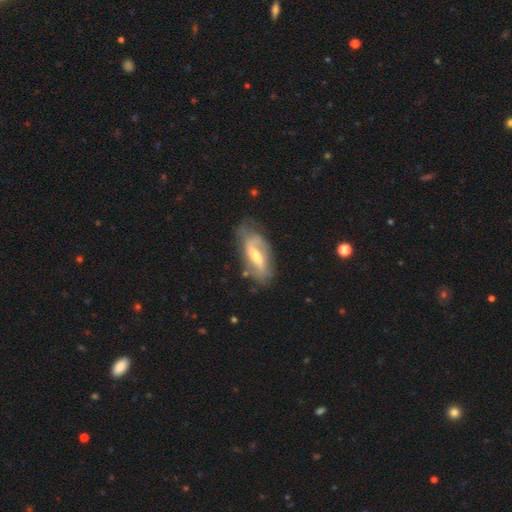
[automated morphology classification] type=featured or disk (75%); edge-on=no (90%); bar=weak (45%); spiral arms=yes (86%); winding=loose (47%); arm count=2 (77%); bulge=moderate (55%); merging=none (65%).